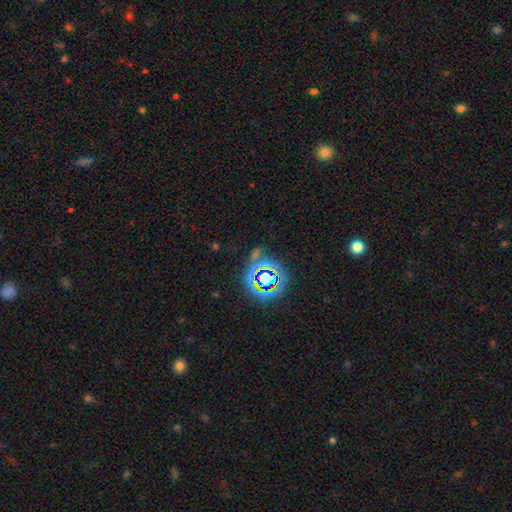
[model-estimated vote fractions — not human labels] Overall: star or artifact (67%).